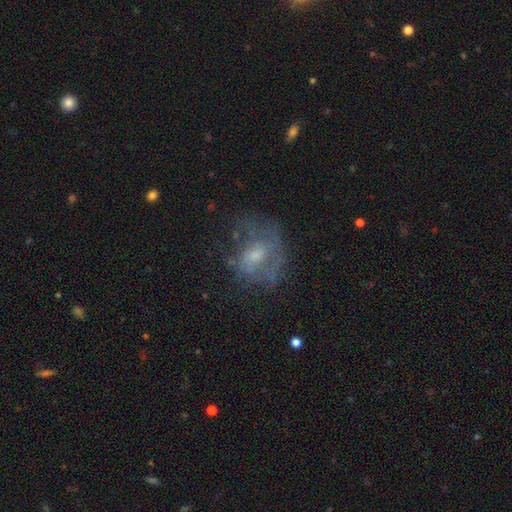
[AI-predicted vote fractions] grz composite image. It shows a featured or disk galaxy (53%) with no bar (68%), no spiral arms (61%) and a moderate central bulge (43%). Merging: none (44%).